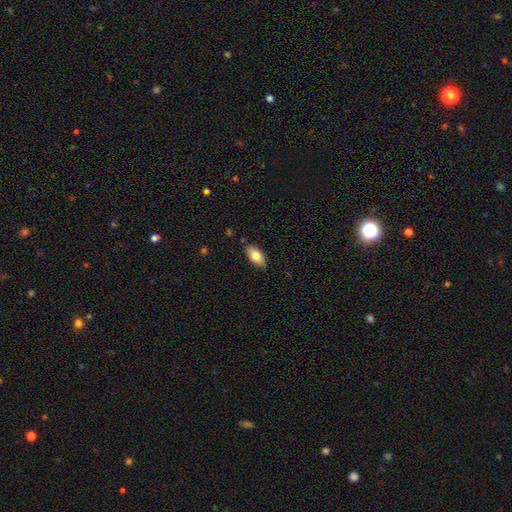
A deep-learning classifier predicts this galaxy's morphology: Smooth or featured? Predicted: smooth (p=0.79). How rounded? Predicted: in between (p=0.90). Merging? Predicted: none (p=0.84).